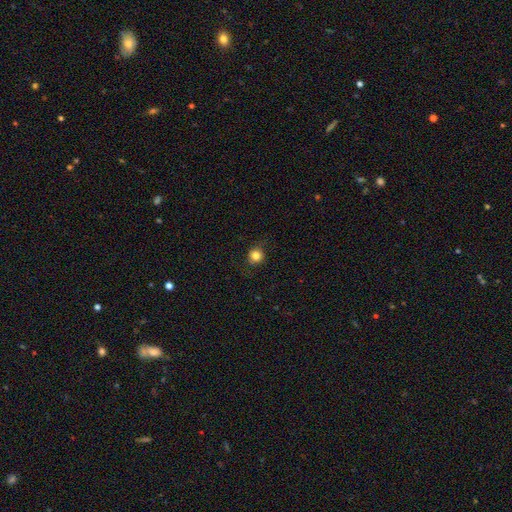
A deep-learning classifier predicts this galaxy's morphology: A smooth galaxy with no disk features (82%) that is round (91%). Merging: none (85%).